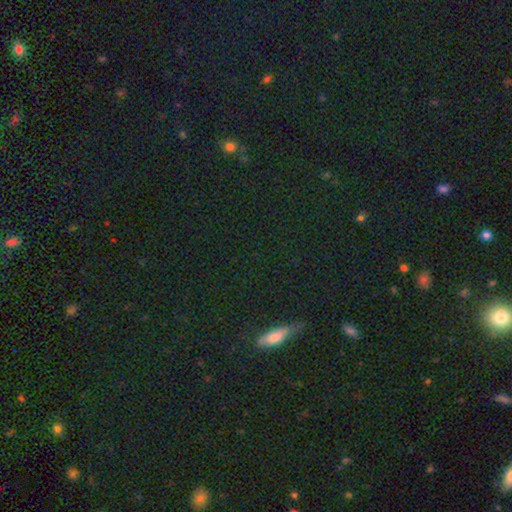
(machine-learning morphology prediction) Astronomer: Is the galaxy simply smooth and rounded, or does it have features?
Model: star or artifact — 48% (runner-up: smooth, 32%).